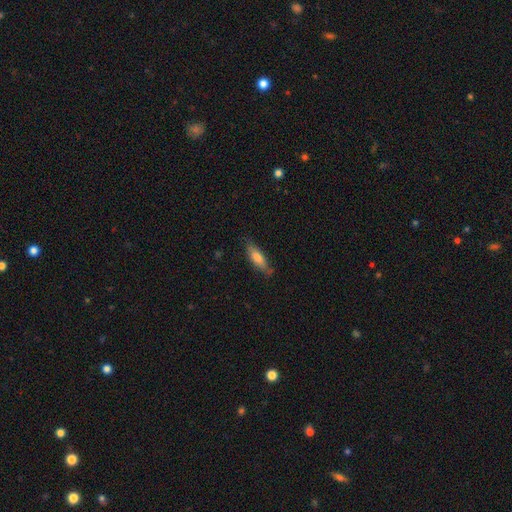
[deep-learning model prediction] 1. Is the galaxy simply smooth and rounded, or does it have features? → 70% smooth, 24% featured or disk, 6% star or artifact.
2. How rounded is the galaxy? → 52% cigar-shaped, 46% in between, 2% round.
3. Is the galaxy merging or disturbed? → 77% none, 18% minor disturbance, 3% major disturbance, 2% merger.